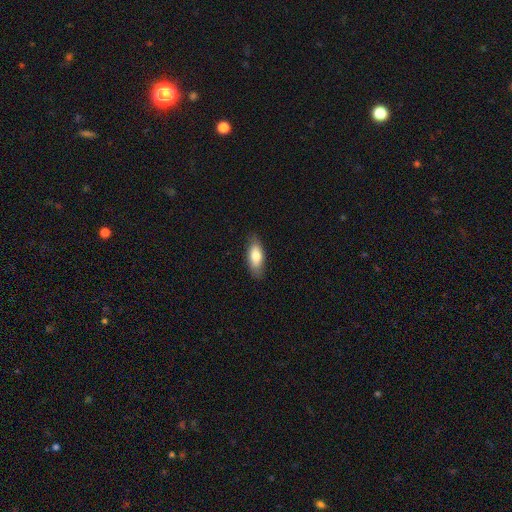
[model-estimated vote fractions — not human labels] Smooth or featured?
  - smooth: 78% *
  - featured or disk: 16%
  - star or artifact: 6%
How rounded?
  - in between: 77% *
  - cigar-shaped: 21%
  - round: 2%
Merging?
  - none: 82% *
  - minor disturbance: 14%
  - major disturbance: 3%
  - merger: 1%